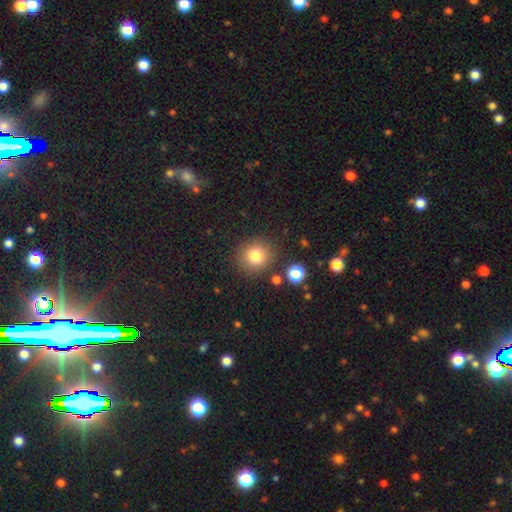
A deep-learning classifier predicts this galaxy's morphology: Smooth or featured? Predicted: smooth (p=0.81). How rounded? Predicted: round (p=0.89). Merging? Predicted: none (p=0.84).